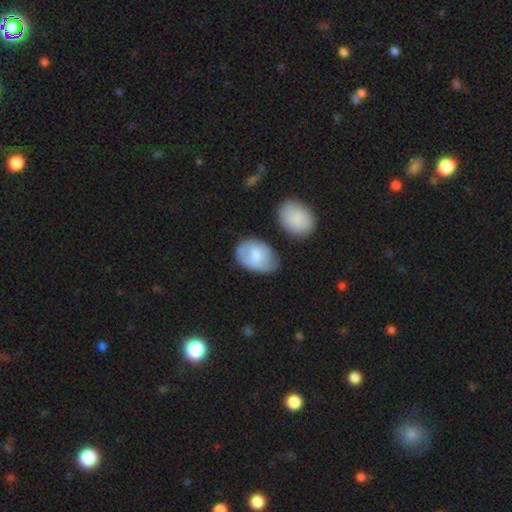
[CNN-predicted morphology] This is likely a smooth galaxy (67%). How rounded: clearly in between (81%). Merging: possibly none (50%).